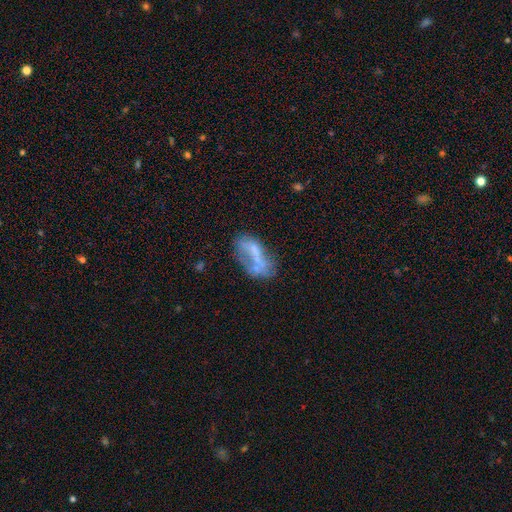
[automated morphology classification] Smooth or featured: featured or disk — 48% (smooth — 41%)
Merging: none — 35% (major disturbance — 25%)